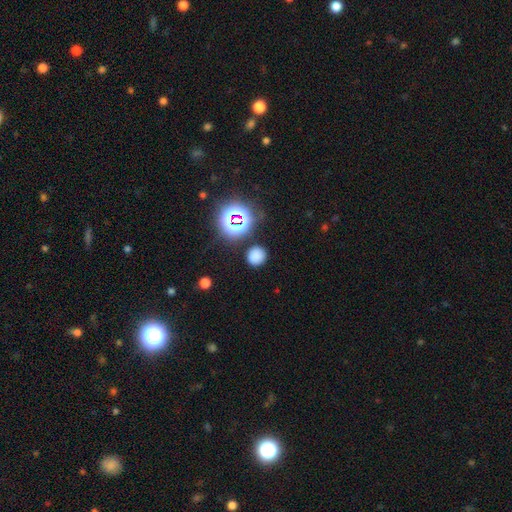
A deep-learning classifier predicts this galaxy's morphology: Q: Smooth or featured?
A: smooth (74%); runner-up: star or artifact (20%)
Q: How rounded?
A: round (87%); runner-up: in between (12%)
Q: Merging?
A: none (85%); runner-up: minor disturbance (9%)